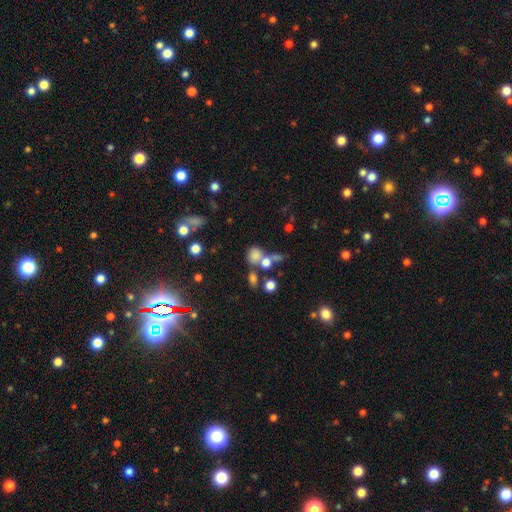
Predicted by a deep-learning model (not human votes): smooth-or-featured: smooth: 71% | star or artifact: 16% | featured or disk: 12%
  how-rounded: round: 73% | in between: 25% | cigar-shaped: 2%
  merging: none: 42% | merger: 37% | minor disturbance: 12% | major disturbance: 9%